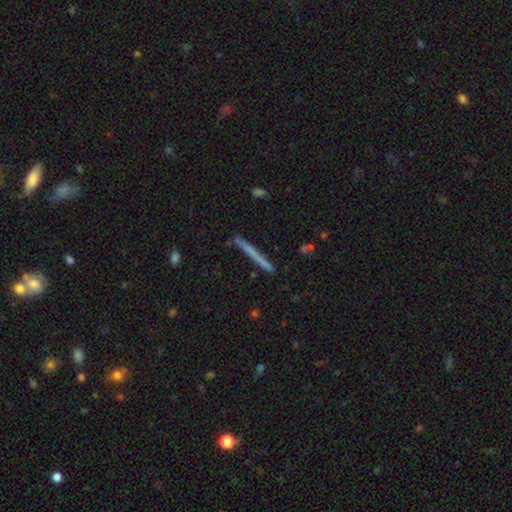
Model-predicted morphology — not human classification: smooth-or-featured: smooth: 48% | featured or disk: 44% | star or artifact: 8%
  merging: none: 90% | minor disturbance: 7% | merger: 2% | major disturbance: 2%